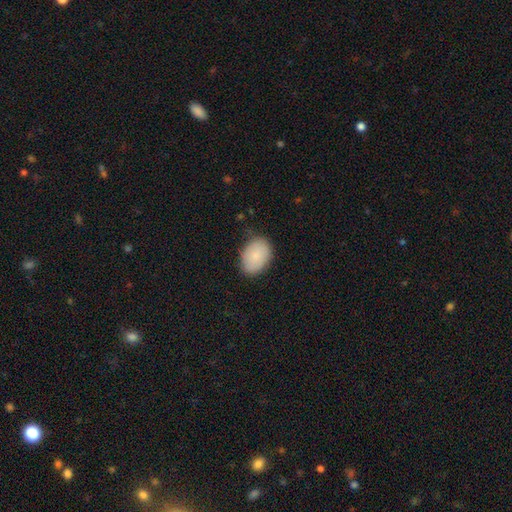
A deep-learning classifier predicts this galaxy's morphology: A smooth galaxy with no disk features (86%) that is in between round and cigar-shaped (80%). Merging: none (78%).